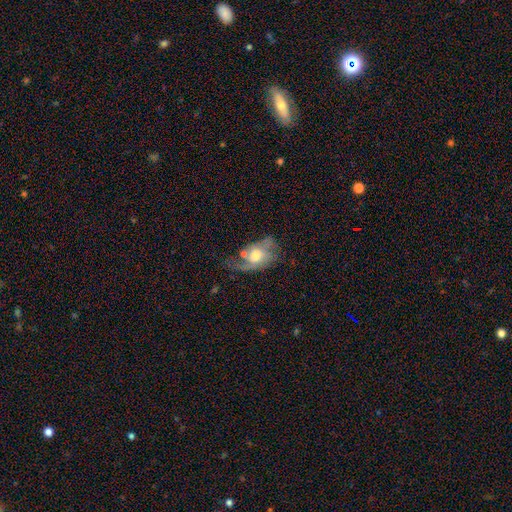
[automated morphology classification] Smooth or featured? featured or disk (63%)
Edge-on disk? no (94%)
Bar? no (72%)
Spiral arms? yes (71%)
Bulge size? moderate (66%)
Merging? major disturbance (32%)